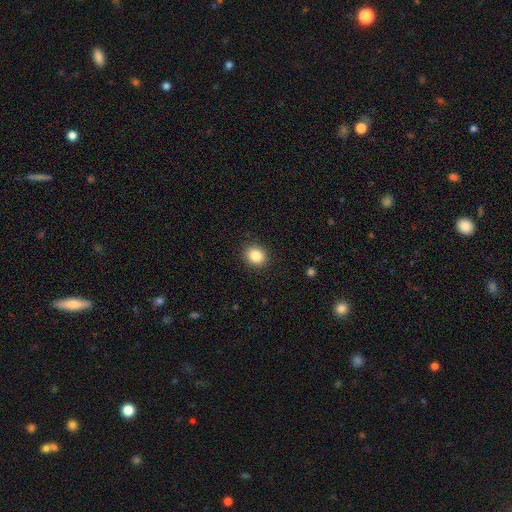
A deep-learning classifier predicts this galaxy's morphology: This appears to be a smooth galaxy with no disk features (86%) that is round (72%). Merging: none (90%).